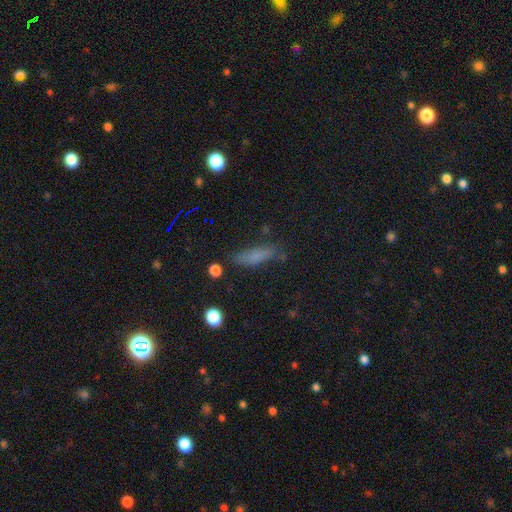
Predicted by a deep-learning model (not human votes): smooth-or-featured: smooth: 72% | featured or disk: 15% | star or artifact: 13%
  how-rounded: cigar-shaped: 62% | in between: 35% | round: 3%
  merging: none: 73% | minor disturbance: 18% | major disturbance: 6% | merger: 3%